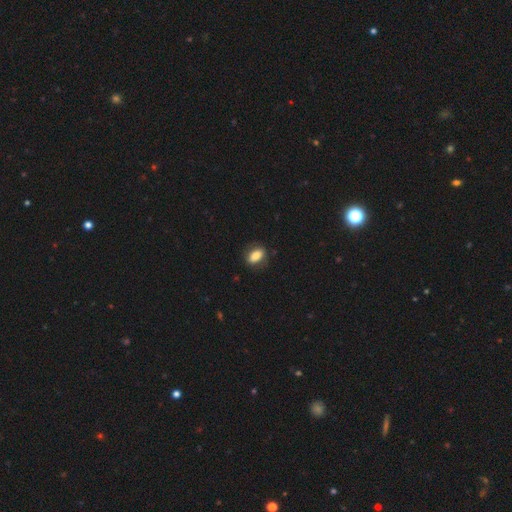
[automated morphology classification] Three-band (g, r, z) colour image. It shows a smooth galaxy with no disk features (79%) that is in between round and cigar-shaped (85%). Merging: none (79%).